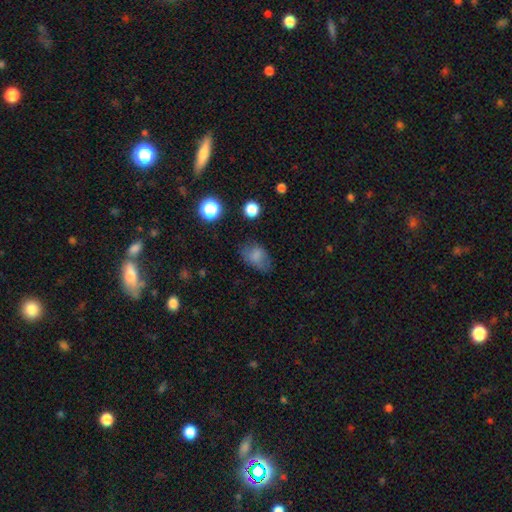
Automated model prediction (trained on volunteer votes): This is likely a smooth galaxy (76%). How rounded: clearly in between (82%). Merging: likely none (63%).